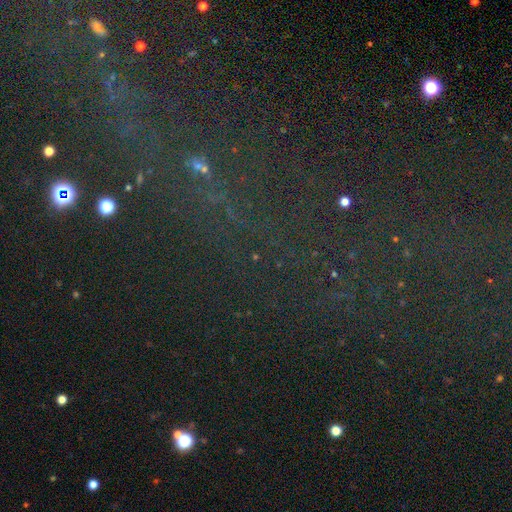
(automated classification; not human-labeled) Smooth or featured: star or artifact — 81% (smooth — 11%)